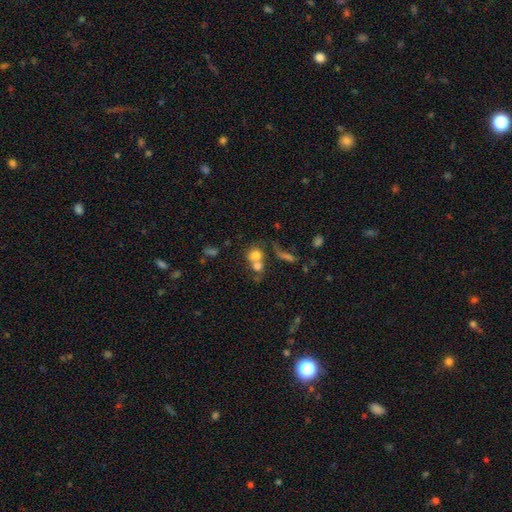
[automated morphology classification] The model was most divided on "merging": merger: 54%, none: 32%, minor disturbance: 8%, major disturbance: 6%. More confident: how rounded — round (79%); smooth or featured — smooth (71%).